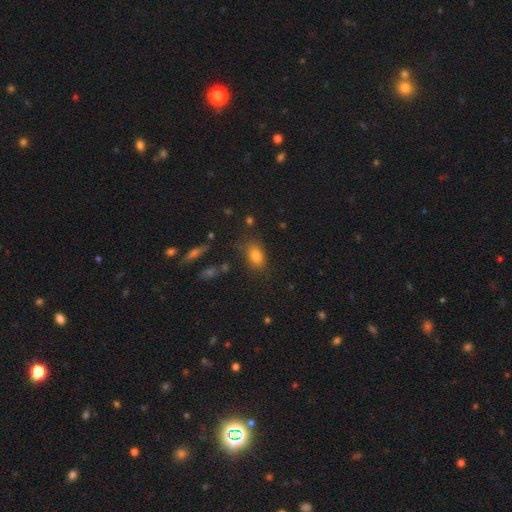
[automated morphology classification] A smooth galaxy with no disk features (80%) that is in between round and cigar-shaped (80%). Merging: none (77%).